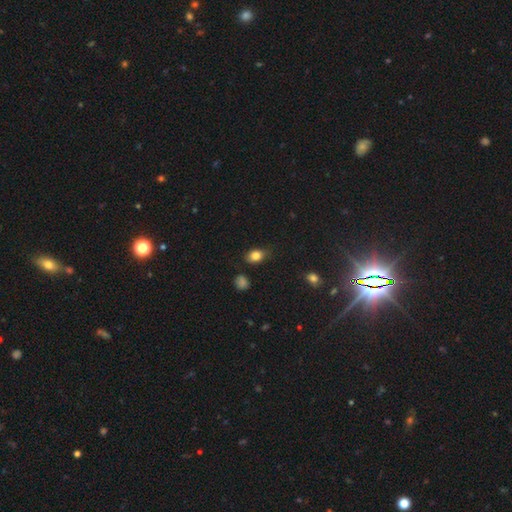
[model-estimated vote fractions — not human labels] A smooth galaxy with no disk features (83%) that is in between round and cigar-shaped (66%). Merging: none (72%).